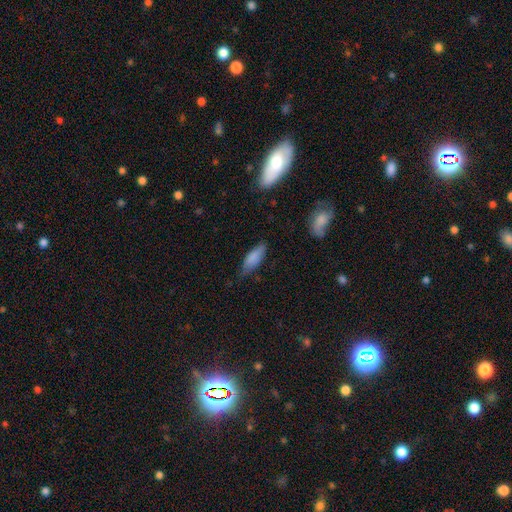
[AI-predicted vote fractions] This appears to be a smooth galaxy with no disk features (78%) that is in between round and cigar-shaped (59%). Merging: none (68%).